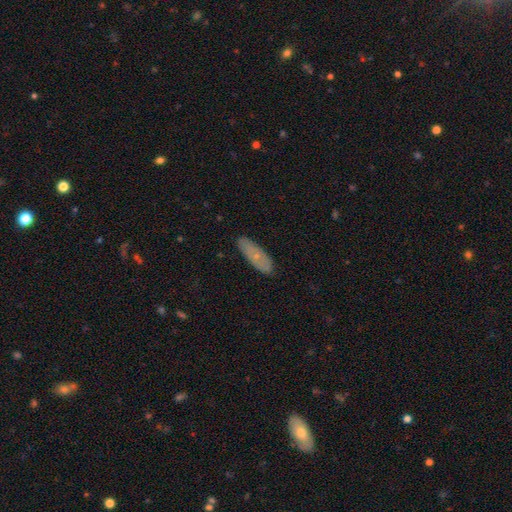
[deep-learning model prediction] Overall: smooth (58%; featured or disk 35%). How rounded: in between (59%; cigar-shaped 38%). Merging: none (83%).